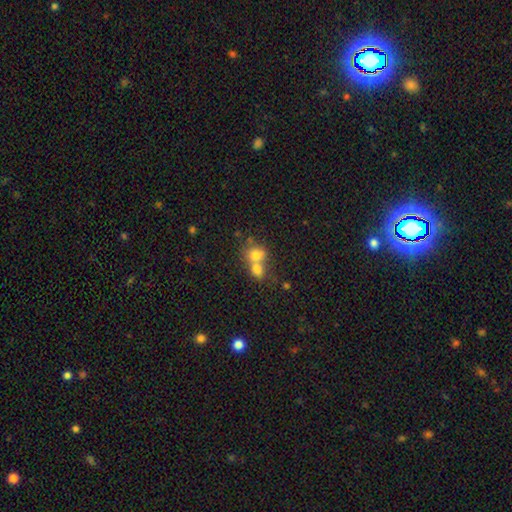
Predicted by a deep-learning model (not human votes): Smooth or featured? smooth (74%)
How rounded? round (62%)
Merging? merger (66%)